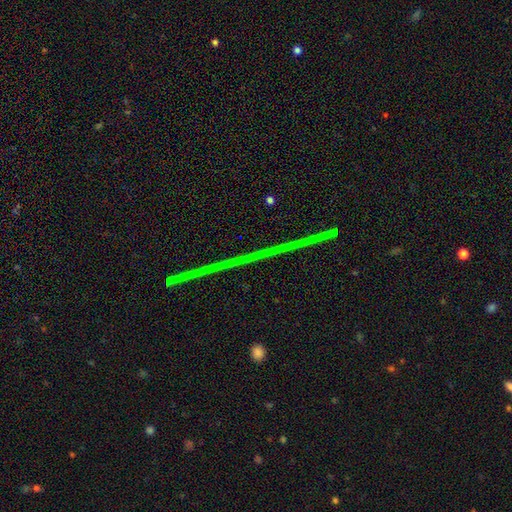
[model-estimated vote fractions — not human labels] A star or artifact, not a galaxy (75%).